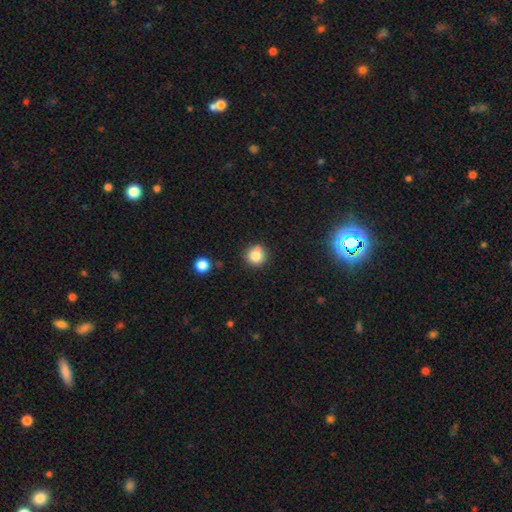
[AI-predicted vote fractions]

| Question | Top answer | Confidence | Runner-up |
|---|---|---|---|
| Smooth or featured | smooth | 80% | star or artifact (11%) |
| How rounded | round | 92% | in between (7%) |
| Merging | none | 70% | merger (15%) |